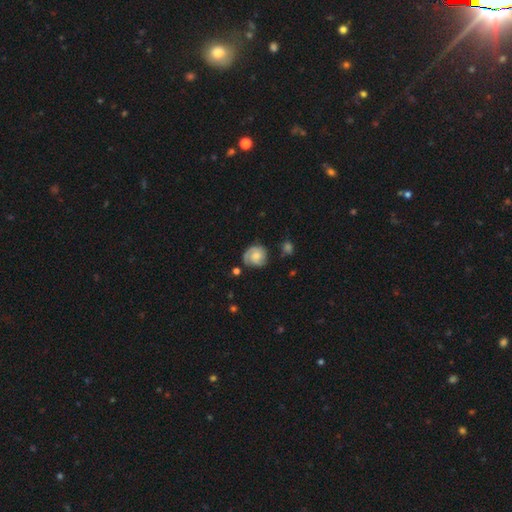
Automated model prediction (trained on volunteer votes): Overall: featured or disk (66%; smooth 27%). Edge-on disk: no (98%). Bar: no (70%). Spiral arms: yes (93%). Spiral arm count: 2 (52%; can't tell 16%). Spiral winding: tight (59%; medium 32%). Bulge size: moderate (46%; small 36%). Merging: none (67%).